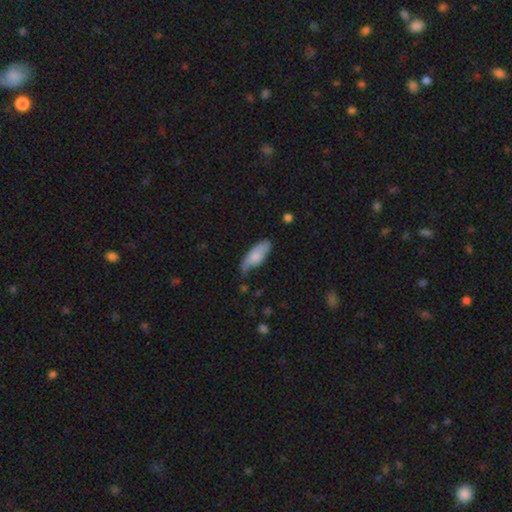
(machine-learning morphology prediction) Smooth or featured? smooth (68%)
How rounded? in between (78%)
Merging? none (43%)